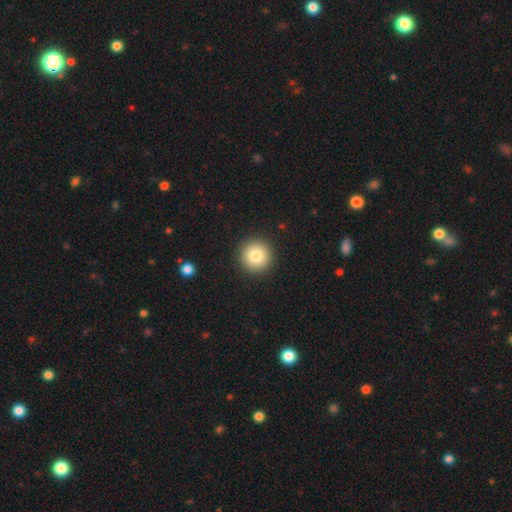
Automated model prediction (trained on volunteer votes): smooth-or-featured: smooth: 82% | star or artifact: 10% | featured or disk: 8%
  how-rounded: round: 96% | in between: 3% | cigar-shaped: 1%
  merging: none: 93% | minor disturbance: 5% | major disturbance: 2% | merger: 1%